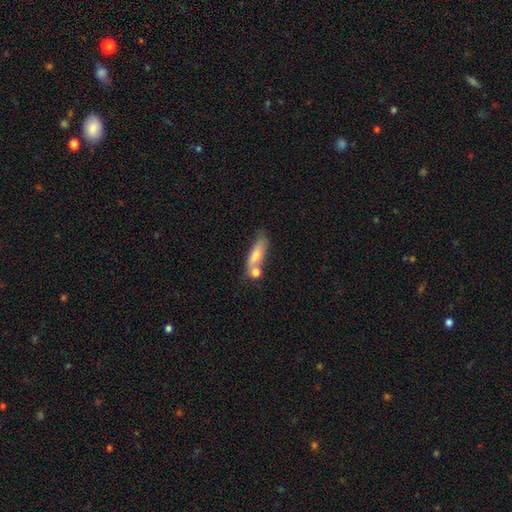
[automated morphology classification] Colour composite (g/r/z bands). It shows a smooth galaxy with no disk features (72%) that is in between round and cigar-shaped (49%). Merging: none (39%).